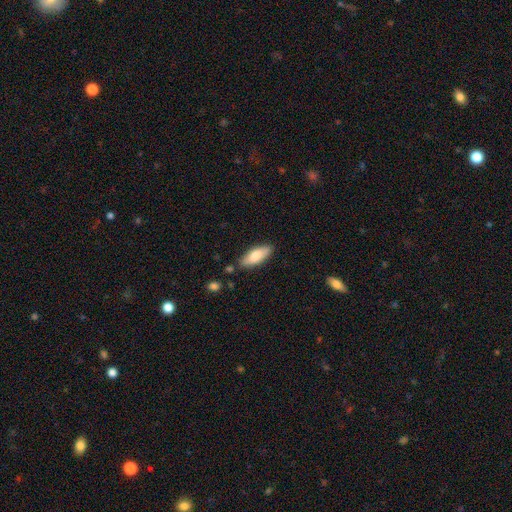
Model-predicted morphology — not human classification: A smooth galaxy with no disk features (77%) that is in between round and cigar-shaped (70%). Merging: none (82%).